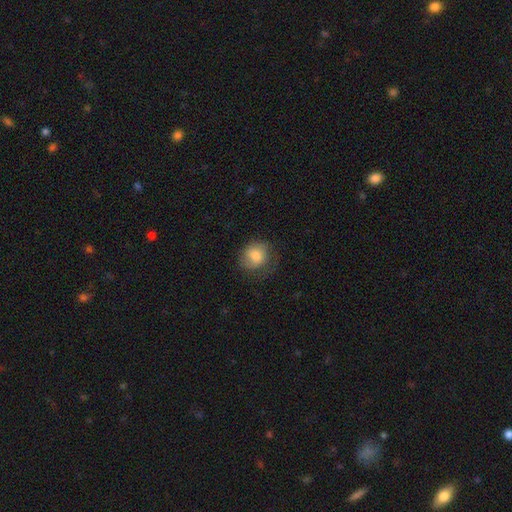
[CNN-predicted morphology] type=smooth (77%); roundness=round (71%); merging=none (62%).